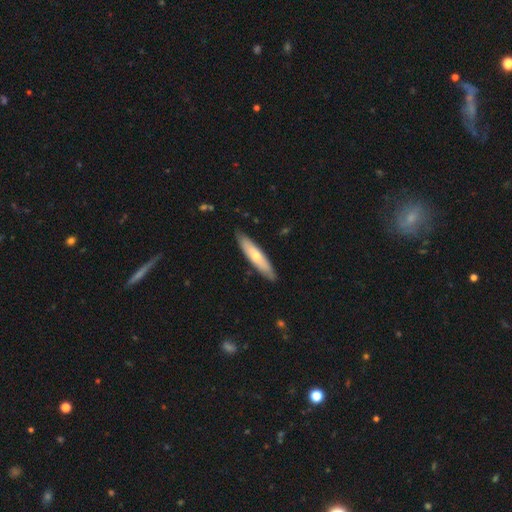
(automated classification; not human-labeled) Smooth or featured?
  - smooth: 58% *
  - featured or disk: 37%
  - star or artifact: 5%
How rounded?
  - cigar-shaped: 82% *
  - in between: 17%
  - round: 1%
Merging?
  - none: 86% *
  - minor disturbance: 11%
  - major disturbance: 2%
  - merger: 1%